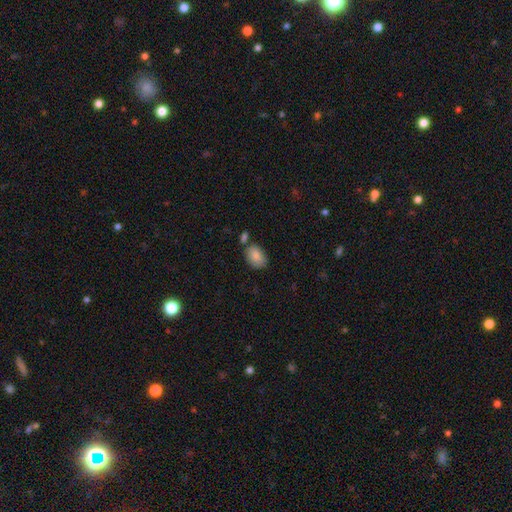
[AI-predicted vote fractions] Overall: smooth (85%). How rounded: in between (78%). Merging: none (64%).